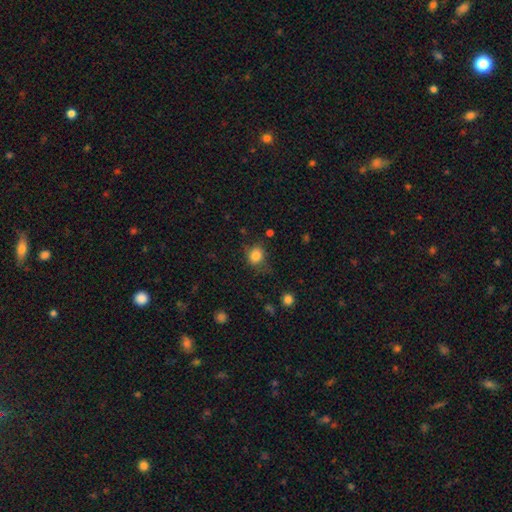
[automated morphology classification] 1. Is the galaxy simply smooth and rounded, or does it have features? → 83% smooth, 11% star or artifact, 6% featured or disk.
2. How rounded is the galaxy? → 75% round, 24% in between, 1% cigar-shaped.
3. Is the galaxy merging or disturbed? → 69% none, 22% minor disturbance, 7% major disturbance, 2% merger.